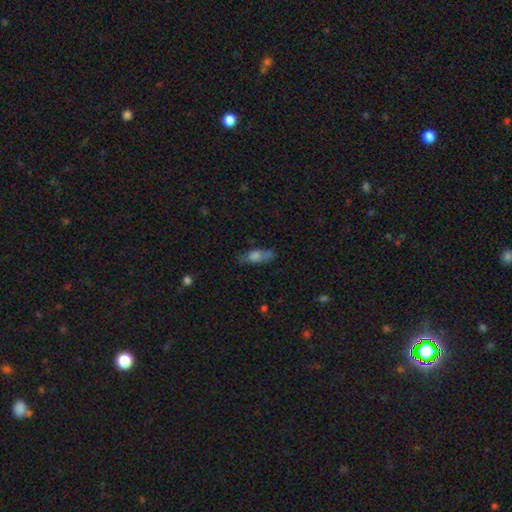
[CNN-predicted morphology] type=smooth (59%); roundness=in between (55%); merging=none (69%).